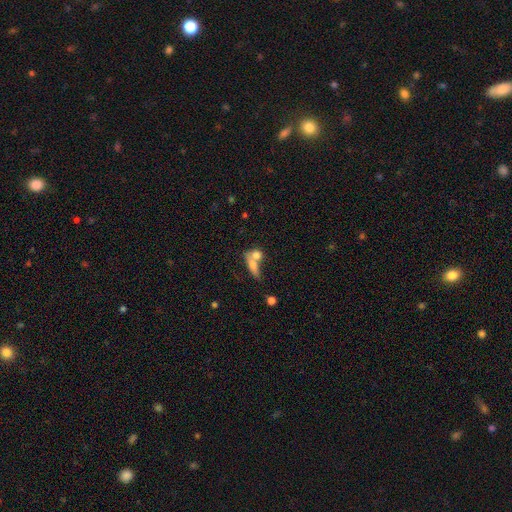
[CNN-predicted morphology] Smooth or featured? Predicted: smooth (p=0.70). How rounded? Predicted: in between (p=0.51). Merging? Predicted: merger (p=0.55).